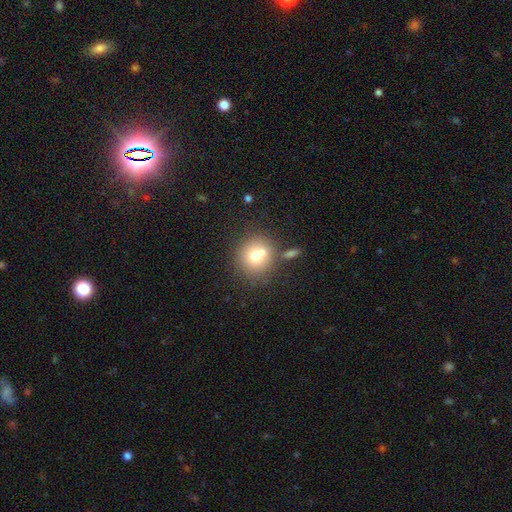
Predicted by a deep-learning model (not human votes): Overall: smooth (70%). How rounded: round (89%). Merging: none (58%; merger 28%).